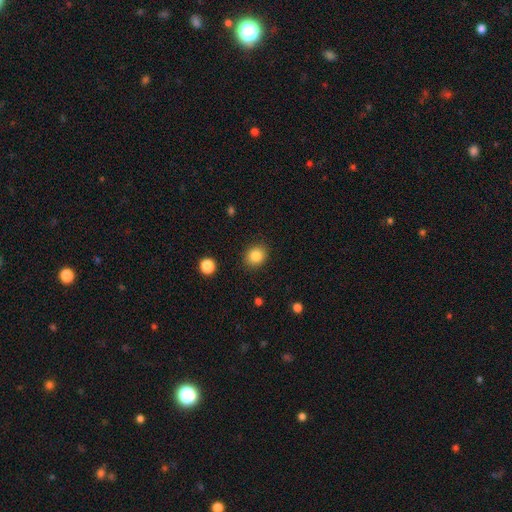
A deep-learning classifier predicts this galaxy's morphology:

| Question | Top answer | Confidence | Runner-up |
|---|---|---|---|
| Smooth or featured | smooth | 84% | star or artifact (10%) |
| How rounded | round | 65% | in between (34%) |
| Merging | none | 88% | minor disturbance (8%) |